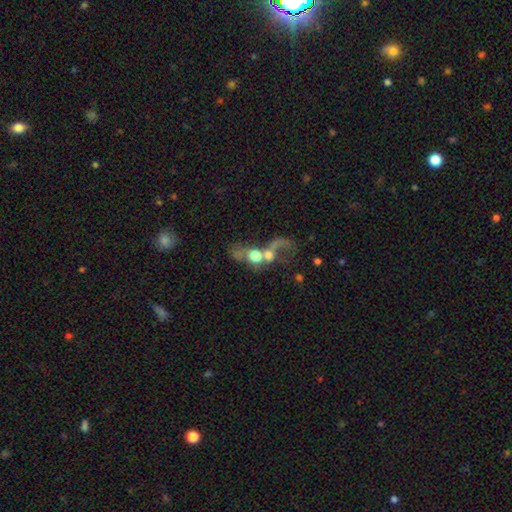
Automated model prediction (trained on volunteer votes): Smooth or featured?
  - smooth: 48% *
  - featured or disk: 40%
  - star or artifact: 12%
Merging?
  - merger: 71% *
  - major disturbance: 17%
  - none: 8%
  - minor disturbance: 4%